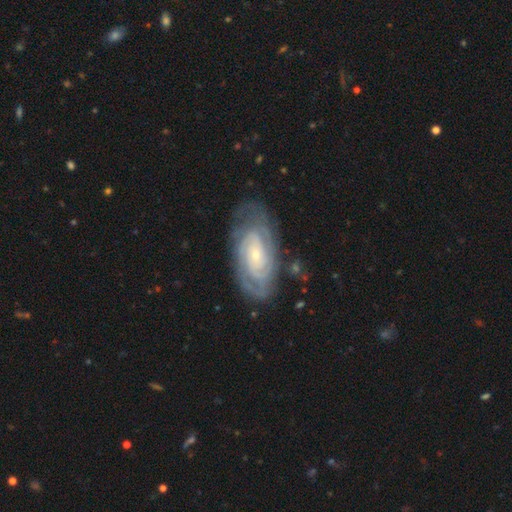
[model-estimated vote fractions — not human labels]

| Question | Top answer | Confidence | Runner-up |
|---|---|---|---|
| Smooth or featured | featured or disk | 83% | smooth (11%) |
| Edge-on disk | no | 94% | yes (6%) |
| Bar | no | 67% | weak (25%) |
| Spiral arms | yes | 94% | no (6%) |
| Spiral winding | tight | 75% | medium (21%) |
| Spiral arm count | can't tell | 39% | 2 (29%) |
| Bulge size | small | 79% | moderate (17%) |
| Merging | none | 75% | minor disturbance (17%) |